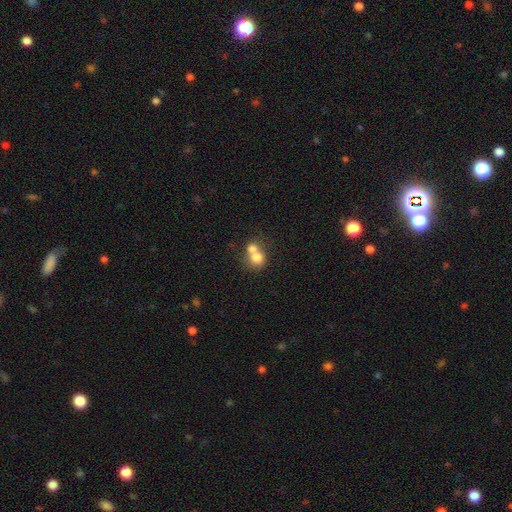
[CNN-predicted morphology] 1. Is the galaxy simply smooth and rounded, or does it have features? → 73% smooth, 17% featured or disk, 10% star or artifact.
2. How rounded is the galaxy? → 72% round, 27% in between, 1% cigar-shaped.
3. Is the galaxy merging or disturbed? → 65% merger, 25% none, 6% minor disturbance, 3% major disturbance.